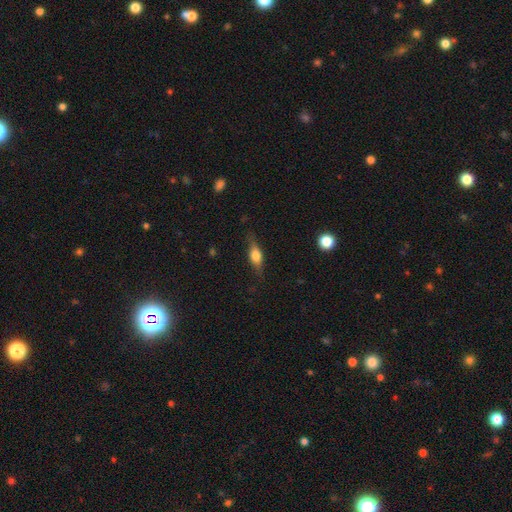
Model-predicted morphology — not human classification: Smooth or featured?
  - smooth: 49% *
  - featured or disk: 44%
  - star or artifact: 8%
Merging?
  - none: 77% *
  - minor disturbance: 17%
  - major disturbance: 5%
  - merger: 1%